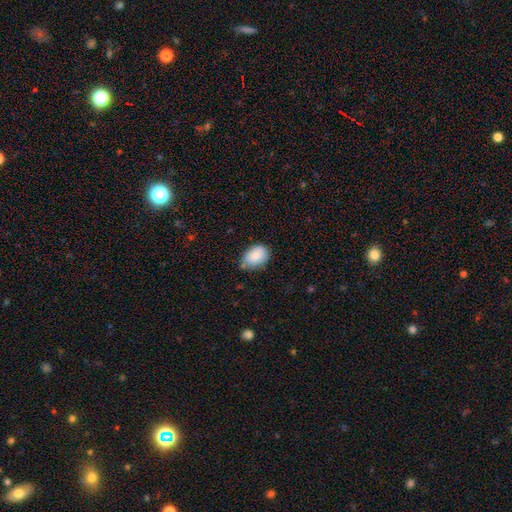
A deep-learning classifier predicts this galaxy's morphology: Smooth or featured? Predicted: smooth (p=0.82). How rounded? Predicted: in between (p=0.79). Merging? Predicted: none (p=0.65).